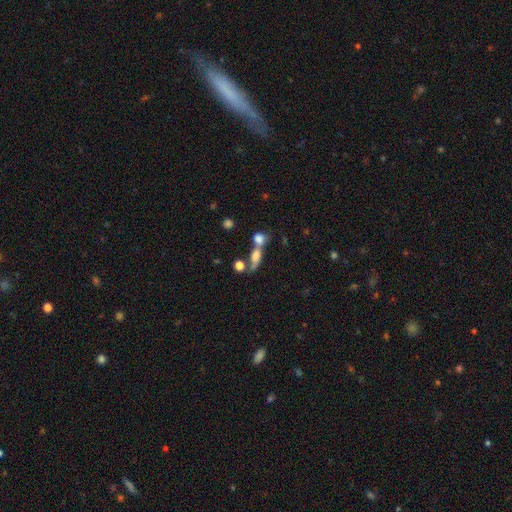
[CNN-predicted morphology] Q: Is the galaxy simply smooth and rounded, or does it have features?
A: smooth — 64%.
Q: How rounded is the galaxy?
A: in between — 54%.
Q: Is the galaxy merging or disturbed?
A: merger — 49%.